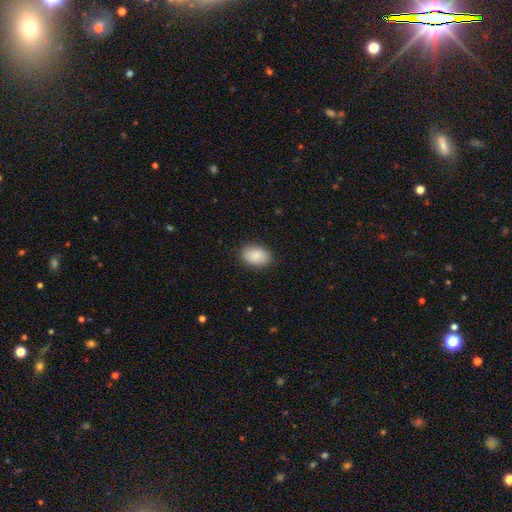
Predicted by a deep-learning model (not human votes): Smooth or featured: smooth — 89% (star or artifact — 7%)
How rounded: in between — 84% (round — 14%)
Merging: none — 87% (minor disturbance — 10%)